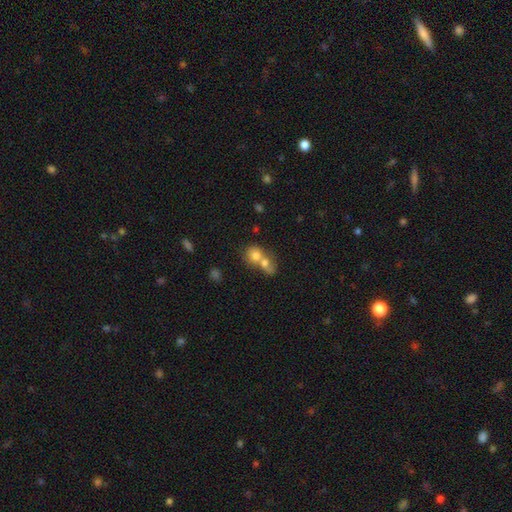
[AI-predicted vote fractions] The model was most divided on "how rounded": round: 67%, in between: 31%, cigar-shaped: 1%. More confident: smooth or featured — smooth (74%); merging — merger (71%).